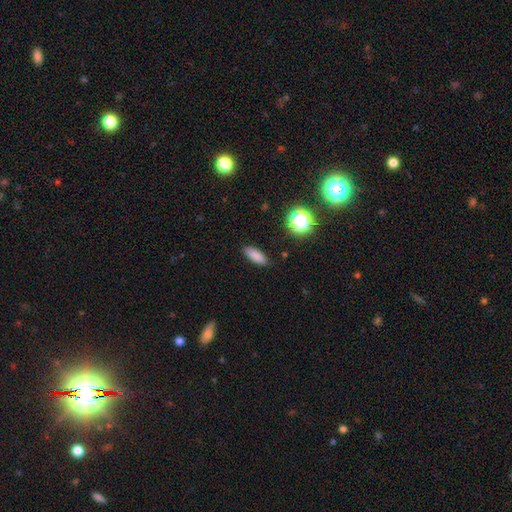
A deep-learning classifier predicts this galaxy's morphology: Q: Smooth or featured?
A: smooth (83%); runner-up: star or artifact (11%)
Q: How rounded?
A: in between (66%); runner-up: cigar-shaped (31%)
Q: Merging?
A: none (87%); runner-up: minor disturbance (9%)